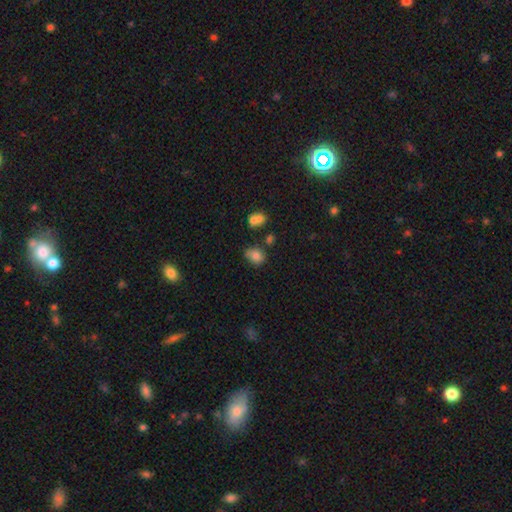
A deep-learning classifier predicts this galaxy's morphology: The model was most divided on "how rounded": in between: 51%, round: 47%, cigar-shaped: 1%. More confident: smooth or featured — smooth (79%); merging — none (58%).